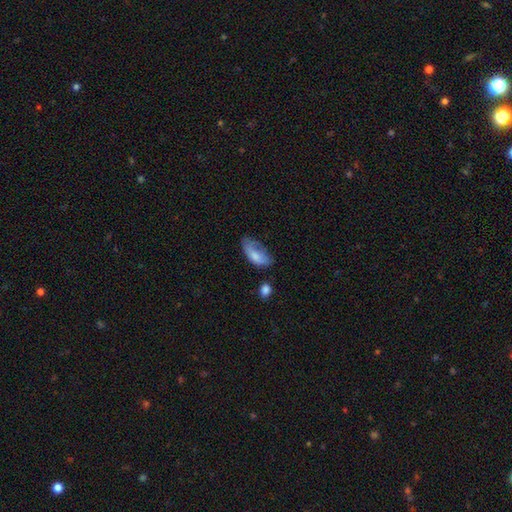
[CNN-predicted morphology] Smooth or featured: smooth — 73% (featured or disk — 20%)
How rounded: in between — 90% (cigar-shaped — 7%)
Merging: minor disturbance — 36% (none — 33%)